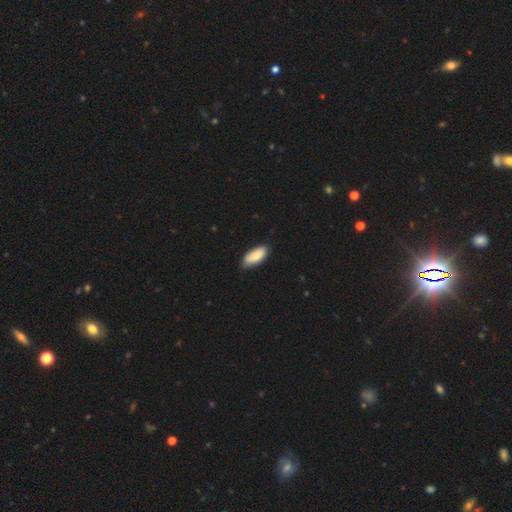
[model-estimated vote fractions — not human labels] Smooth or featured? smooth (84%)
How rounded? in between (87%)
Merging? none (77%)